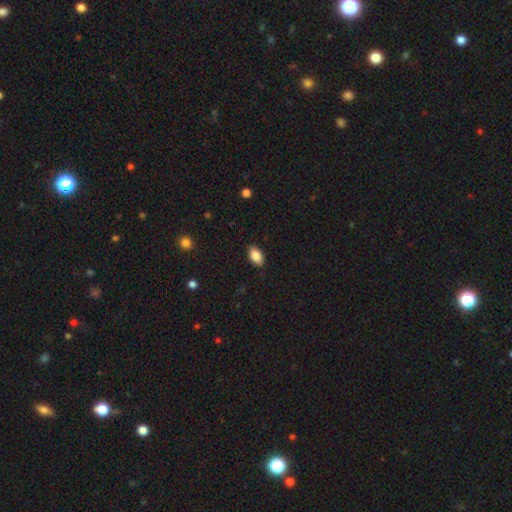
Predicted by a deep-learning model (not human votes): smooth-or-featured: smooth: 85% | featured or disk: 8% | star or artifact: 7%
  how-rounded: in between: 93% | round: 5% | cigar-shaped: 2%
  merging: none: 89% | minor disturbance: 9% | major disturbance: 2% | merger: 1%